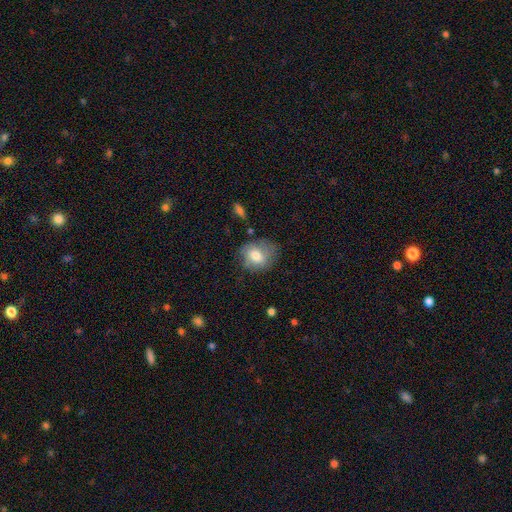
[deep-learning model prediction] Smooth or featured: smooth — 71% (featured or disk — 21%)
How rounded: round — 60% (in between — 39%)
Merging: none — 62% (minor disturbance — 26%)